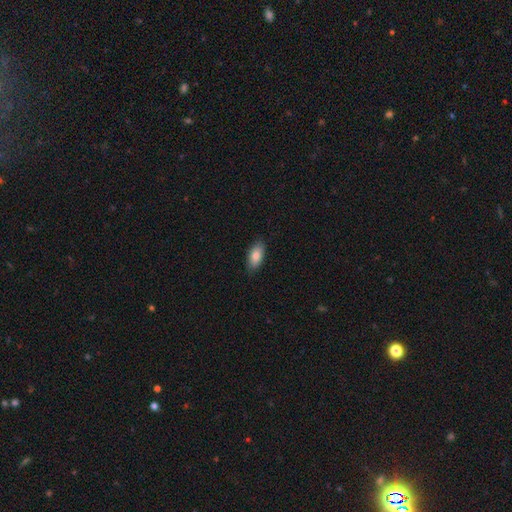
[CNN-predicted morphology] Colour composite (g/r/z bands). It shows a smooth galaxy with no disk features (84%) that is in between round and cigar-shaped (89%). Merging: none (87%).